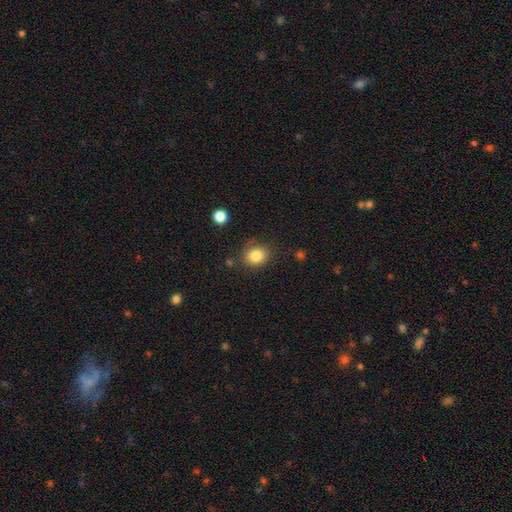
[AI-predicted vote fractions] This is clearly a smooth galaxy (83%). How rounded: likely round (65%). Merging: likely none (80%).